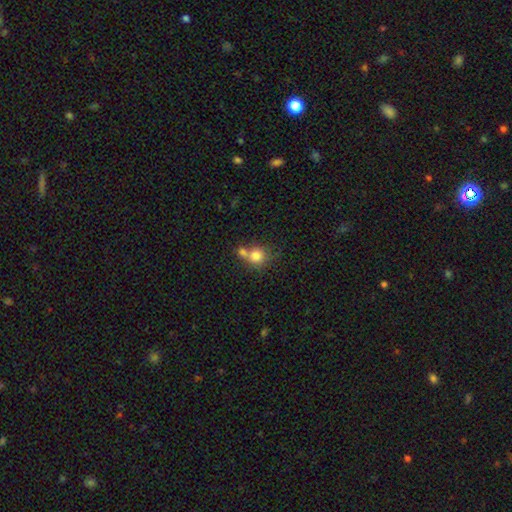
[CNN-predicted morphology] This is likely a smooth galaxy (78%). How rounded: clearly round (83%). Merging: possibly merger (48%).